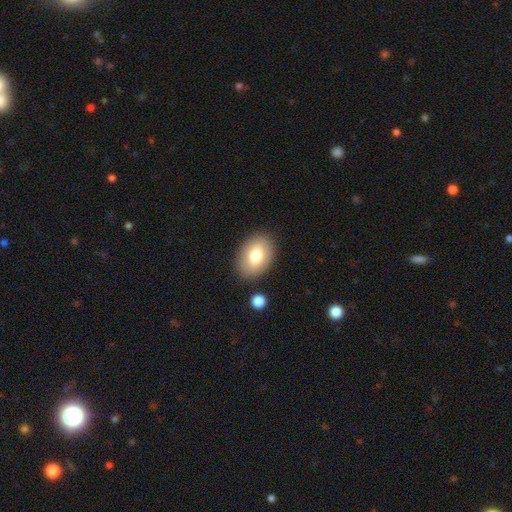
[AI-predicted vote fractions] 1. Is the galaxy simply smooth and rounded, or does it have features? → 77% smooth, 16% featured or disk, 8% star or artifact.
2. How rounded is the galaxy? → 83% in between, 15% round, 1% cigar-shaped.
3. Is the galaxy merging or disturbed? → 84% none, 10% minor disturbance, 3% merger, 3% major disturbance.